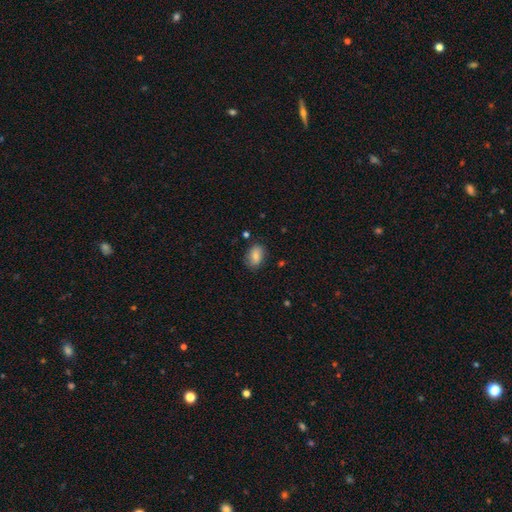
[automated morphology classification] Smooth or featured: smooth — 82% (featured or disk — 10%)
How rounded: in between — 83% (round — 16%)
Merging: none — 79% (minor disturbance — 15%)